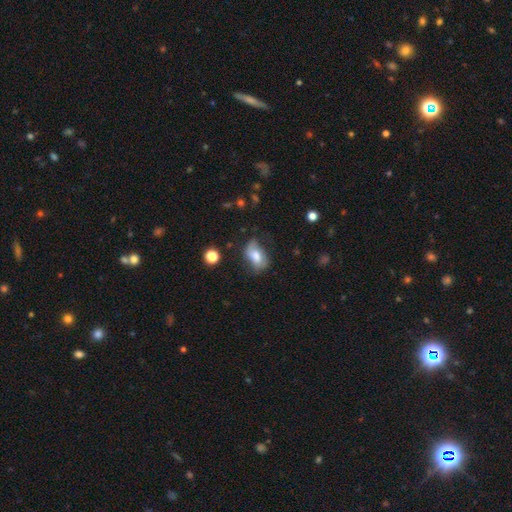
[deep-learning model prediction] A smooth galaxy with no disk features (63%) that is in between round and cigar-shaped (87%). Merging: none (50%).